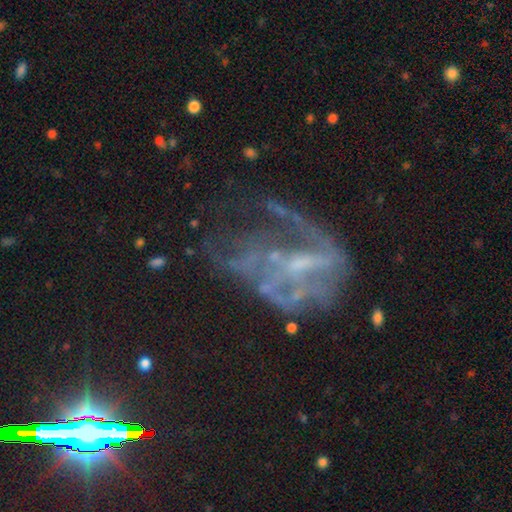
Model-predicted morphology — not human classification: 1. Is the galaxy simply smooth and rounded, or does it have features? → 71% featured or disk, 17% star or artifact, 12% smooth.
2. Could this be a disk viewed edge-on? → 97% no, 3% yes.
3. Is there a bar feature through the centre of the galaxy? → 57% no, 31% weak, 12% strong.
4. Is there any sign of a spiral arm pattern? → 50% yes (tied), 50% no (tied).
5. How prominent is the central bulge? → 39% small (tied), 39% none (tied), 18% moderate, 2% large, 1% dominant.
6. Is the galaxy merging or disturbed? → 46% major disturbance, 30% none, 17% minor disturbance, 7% merger.